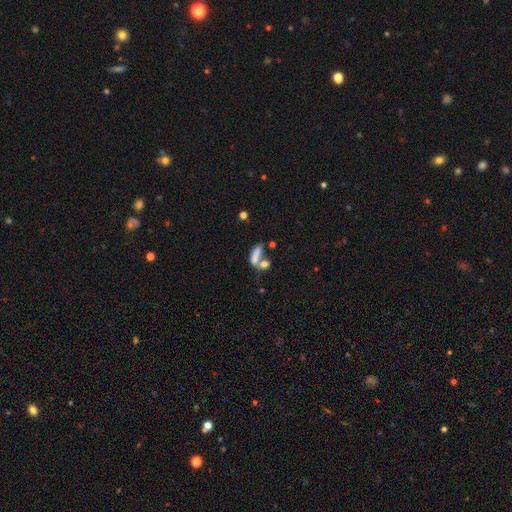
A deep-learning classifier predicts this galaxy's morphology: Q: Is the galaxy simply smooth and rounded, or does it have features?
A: smooth — 74%.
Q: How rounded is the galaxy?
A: in between — 66%.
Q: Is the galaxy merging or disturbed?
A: merger — 50%.